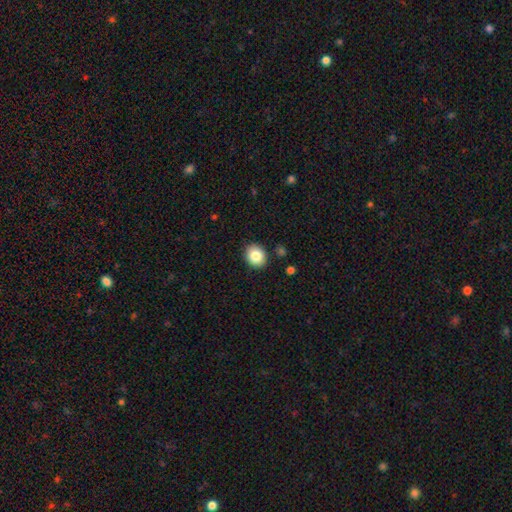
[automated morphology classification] smooth 83%, star or artifact 9%, featured or disk 8%. Down the decision tree: how rounded — round (65%); merging — none (89%).